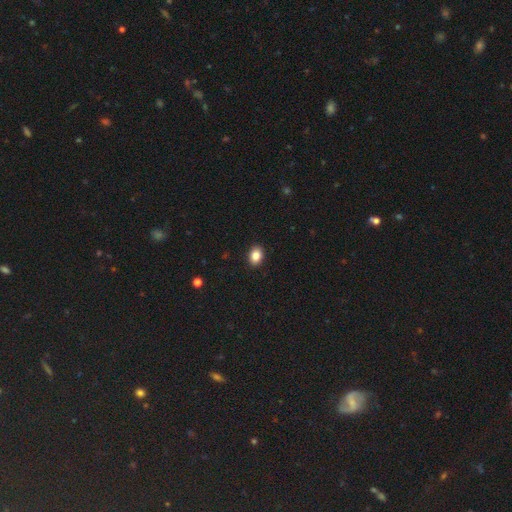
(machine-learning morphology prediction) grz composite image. It shows a smooth galaxy with no disk features (86%) that is in between round and cigar-shaped (74%). Merging: none (90%).